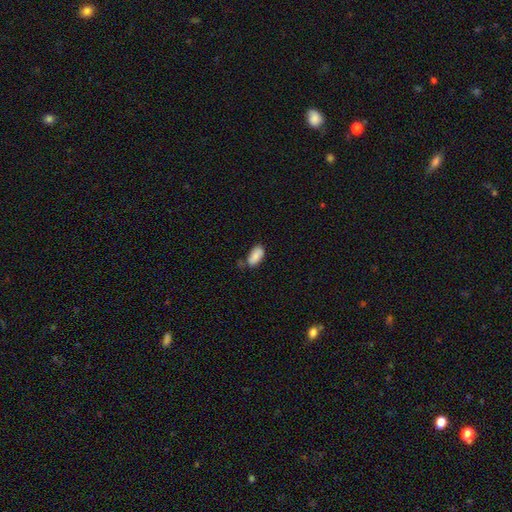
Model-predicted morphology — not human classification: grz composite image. It shows a smooth galaxy with no disk features (82%) that is in between round and cigar-shaped (93%). Merging: none (57%).